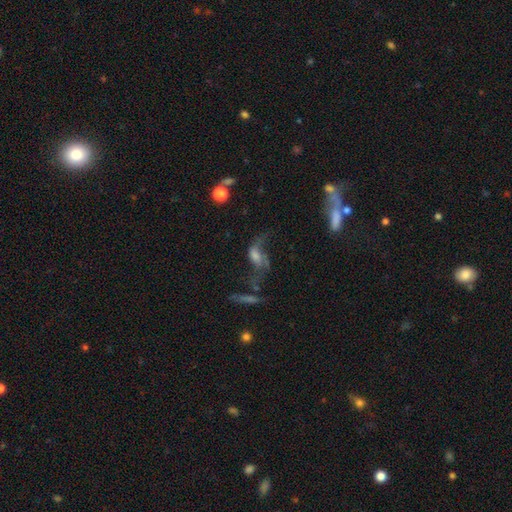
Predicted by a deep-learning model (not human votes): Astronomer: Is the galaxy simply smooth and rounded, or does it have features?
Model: featured or disk — 60%.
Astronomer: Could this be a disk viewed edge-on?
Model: no — 92%.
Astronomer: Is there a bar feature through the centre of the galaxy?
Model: no — 59%.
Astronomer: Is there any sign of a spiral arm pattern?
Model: yes — 70%.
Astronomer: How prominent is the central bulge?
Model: moderate — 33% (runner-up: small, 25%).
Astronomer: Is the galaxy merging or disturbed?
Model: major disturbance — 39% (runner-up: none, 30%).